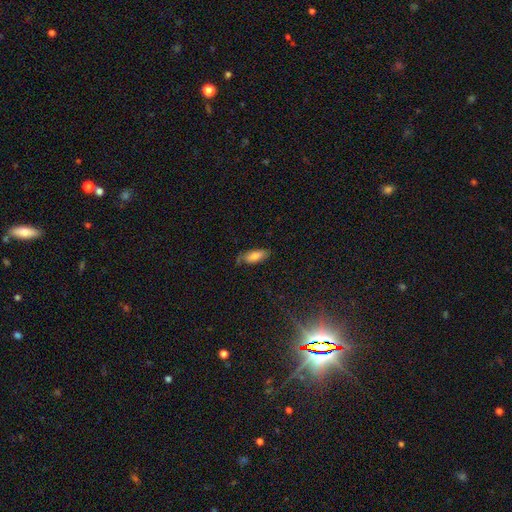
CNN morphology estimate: Smooth or featured: smooth — 70% (featured or disk — 22%)
How rounded: in between — 75% (cigar-shaped — 23%)
Merging: none — 63% (minor disturbance — 28%)